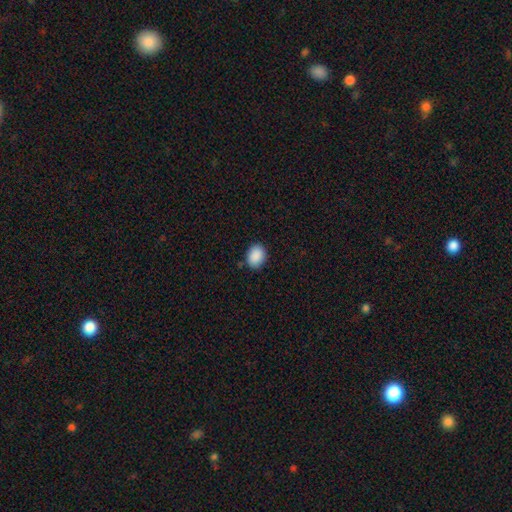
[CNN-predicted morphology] Overall: smooth (89%). How rounded: in between (59%; round 40%). Merging: none (84%).